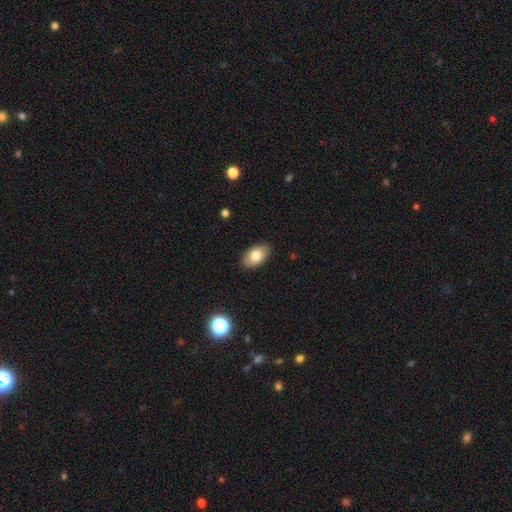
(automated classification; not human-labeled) This is likely a smooth galaxy (78%). How rounded: clearly in between (93%). Merging: clearly none (88%).